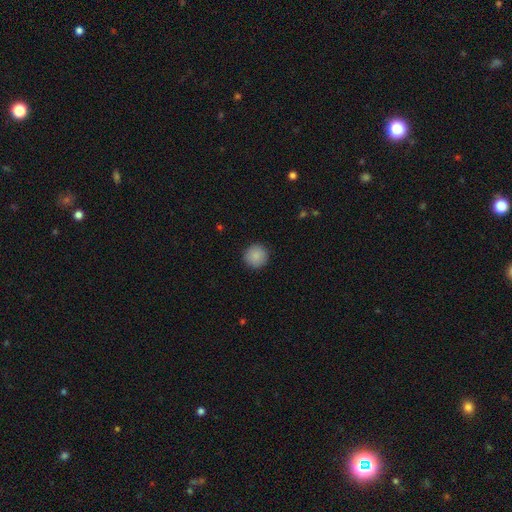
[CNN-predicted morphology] Smooth or featured? Predicted: smooth (p=0.87). How rounded? Predicted: round (p=0.95). Merging? Predicted: none (p=0.92).